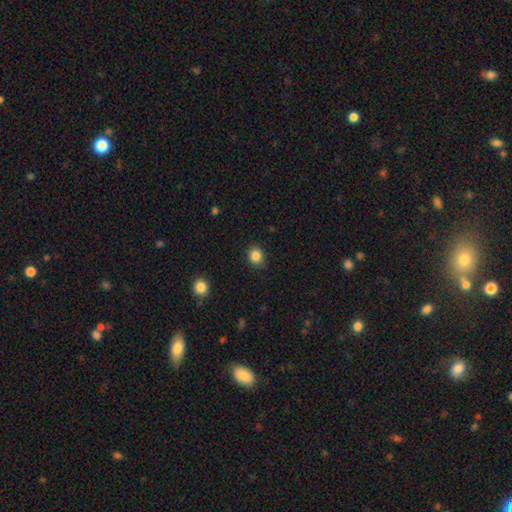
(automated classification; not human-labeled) A smooth galaxy with no disk features (85%) that is round (71%). Merging: none (85%).